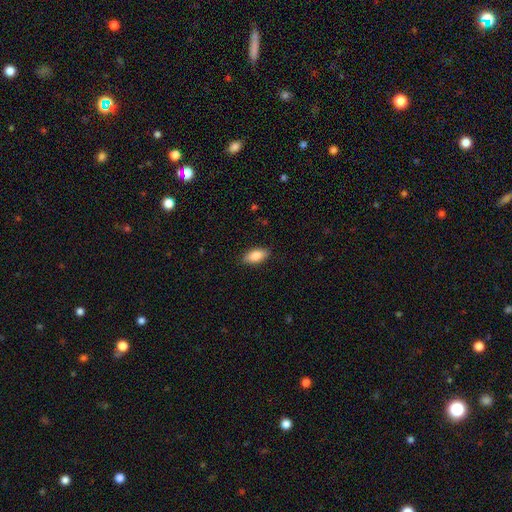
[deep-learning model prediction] Q: Smooth or featured?
A: smooth (86%); runner-up: featured or disk (7%)
Q: How rounded?
A: in between (89%); runner-up: cigar-shaped (8%)
Q: Merging?
A: none (88%); runner-up: minor disturbance (9%)